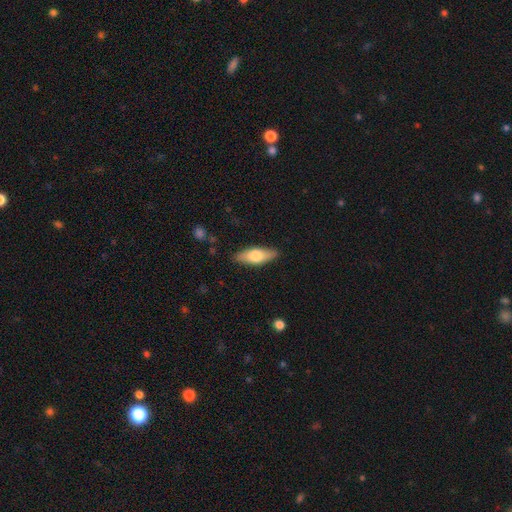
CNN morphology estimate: The model was most divided on "how rounded": in between: 65%, cigar-shaped: 33%, round: 2%. More confident: merging — none (86%); smooth or featured — smooth (65%).